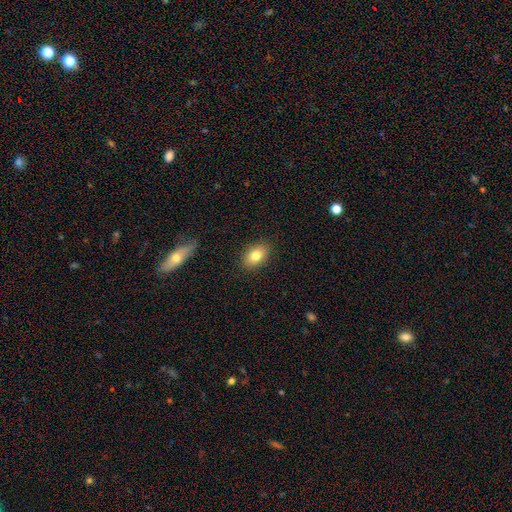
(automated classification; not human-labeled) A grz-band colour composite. It shows a smooth galaxy with no disk features (80%) that is in between round and cigar-shaped (85%). Merging: none (87%).